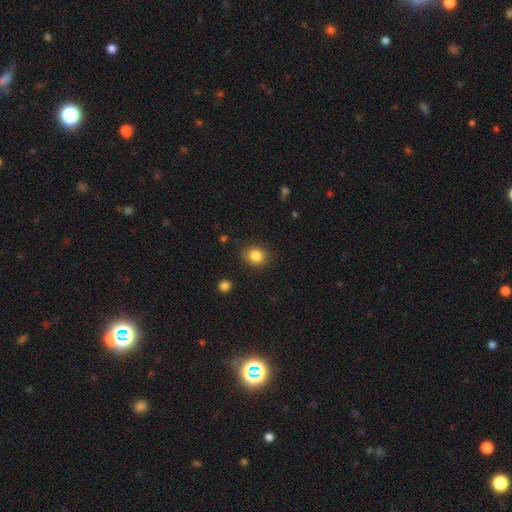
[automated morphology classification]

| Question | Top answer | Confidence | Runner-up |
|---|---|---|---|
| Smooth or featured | smooth | 85% | star or artifact (11%) |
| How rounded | round | 78% | in between (22%) |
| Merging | none | 87% | minor disturbance (9%) |